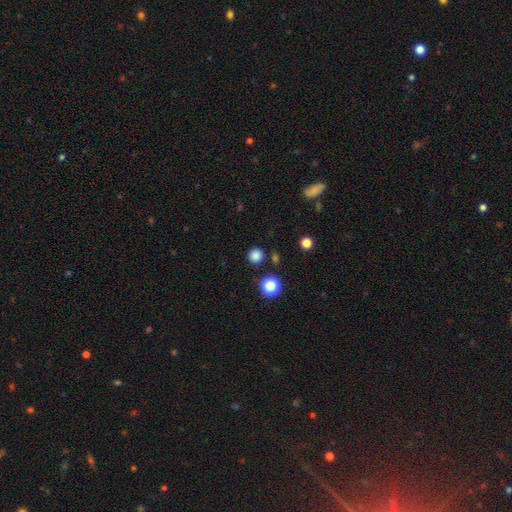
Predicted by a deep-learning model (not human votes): smooth 82%, star or artifact 15%, featured or disk 3%. Down the decision tree: how rounded — round (94%); merging — none (88%).